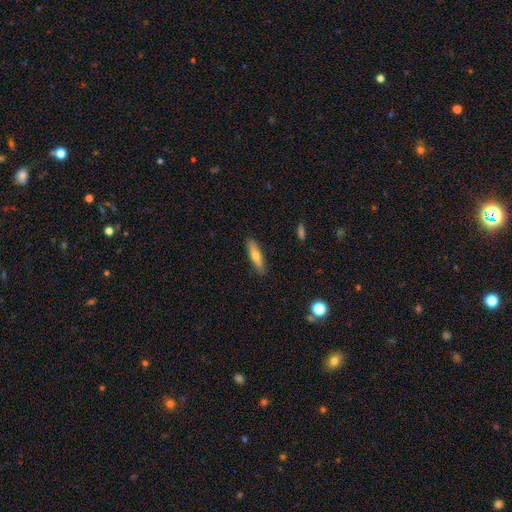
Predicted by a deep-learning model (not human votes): smooth 59%, featured or disk 35%, star or artifact 7%. Down the decision tree: how rounded — cigar-shaped (71%); merging — none (87%).